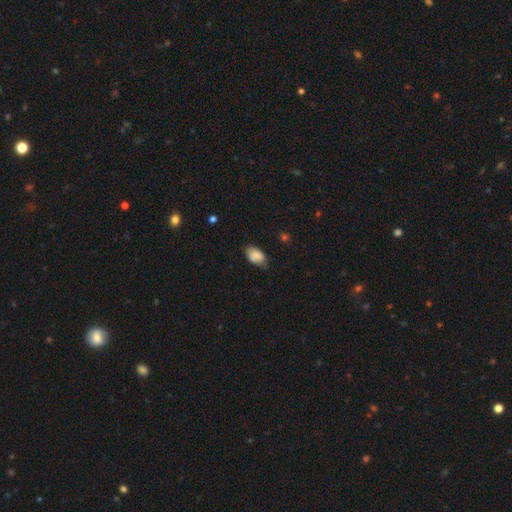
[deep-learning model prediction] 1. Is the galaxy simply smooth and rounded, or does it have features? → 86% smooth, 7% star or artifact, 6% featured or disk.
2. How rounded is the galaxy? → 88% in between, 10% round, 1% cigar-shaped.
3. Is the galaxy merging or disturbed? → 70% none, 25% minor disturbance, 5% major disturbance, 1% merger.